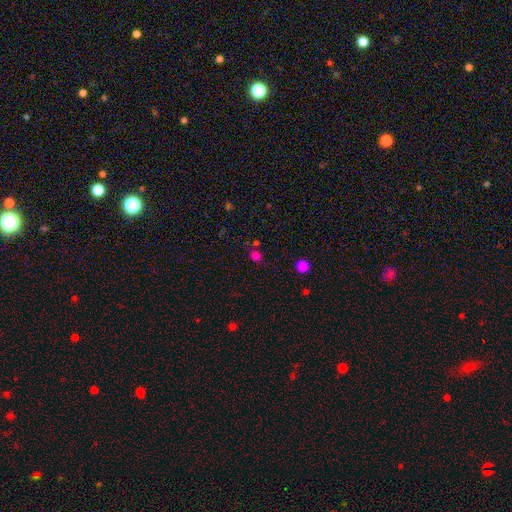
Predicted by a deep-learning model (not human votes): A smooth galaxy with no disk features (70%) that is round (79%). Merging: none (76%).